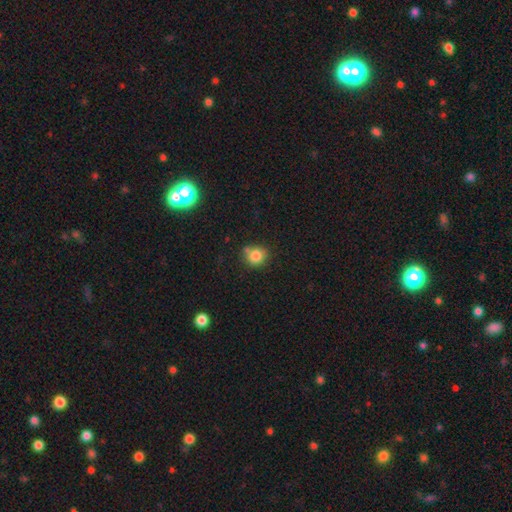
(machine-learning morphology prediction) A smooth galaxy with no disk features (83%) that is round (83%).

Vote fractions:
- Smooth or featured? smooth: 83% / star or artifact: 11% / featured or disk: 7%
- How rounded? round: 83% / in between: 16% / cigar-shaped: 1%
- Merging? none: 67% / minor disturbance: 16% / merger: 13% / major disturbance: 4%